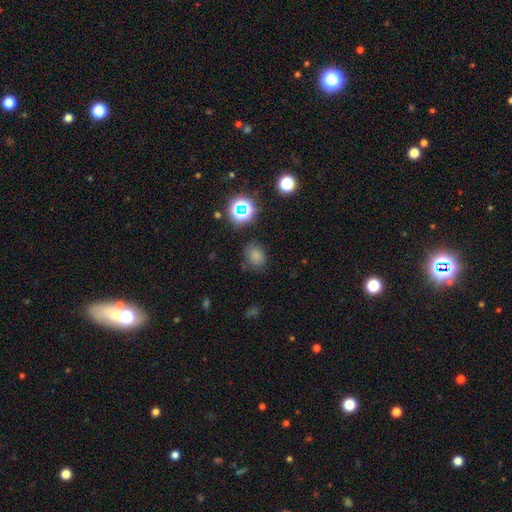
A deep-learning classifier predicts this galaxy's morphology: Smooth or featured? Predicted: smooth (p=0.72). How rounded? Predicted: round (p=0.61). Merging? Predicted: none (p=0.76).